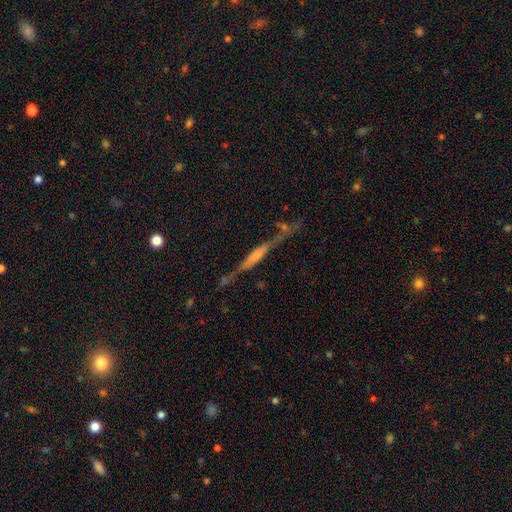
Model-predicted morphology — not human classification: The model was most divided on "edge-on bulge": boxy: 43%, rounded: 31%, none: 26%. More confident: edge-on disk — yes (94%); merging — none (69%); smooth or featured — featured or disk (68%).